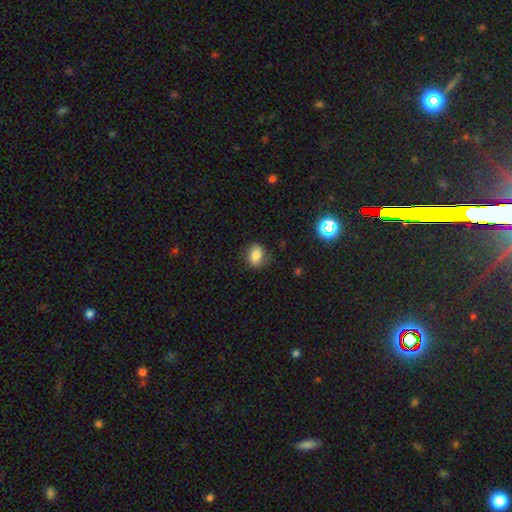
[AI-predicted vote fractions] Smooth or featured?
  - smooth: 81% *
  - star or artifact: 11%
  - featured or disk: 8%
How rounded?
  - in between: 62% *
  - round: 37%
  - cigar-shaped: 1%
Merging?
  - none: 79% *
  - minor disturbance: 15%
  - major disturbance: 4%
  - merger: 1%